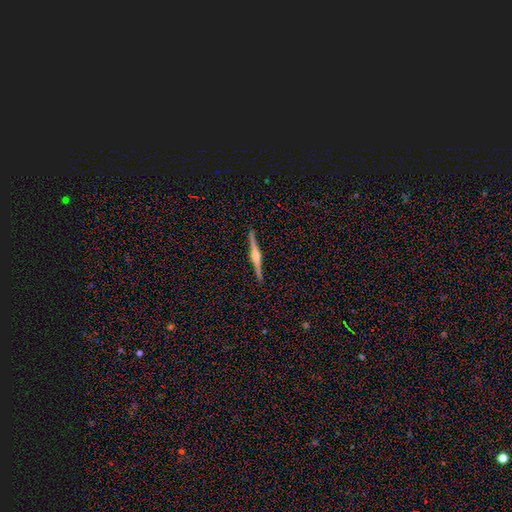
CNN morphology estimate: A featured or disk galaxy (82%) viewed edge-on (99%) with a rounded central bulge (87%). Merging: none (92%).